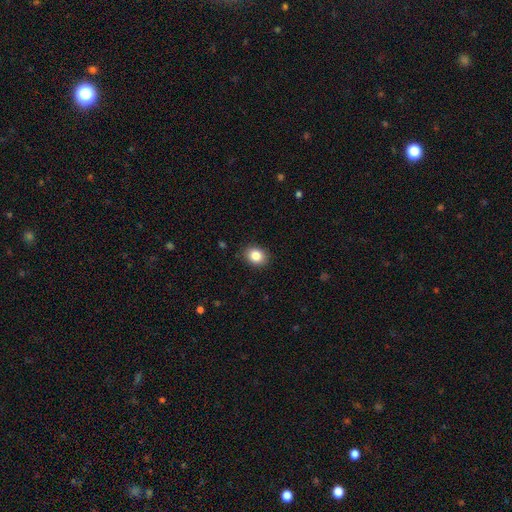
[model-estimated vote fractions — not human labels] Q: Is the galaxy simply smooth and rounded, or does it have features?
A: smooth — 86%.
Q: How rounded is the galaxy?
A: round — 50%.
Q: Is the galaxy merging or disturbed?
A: none — 88%.